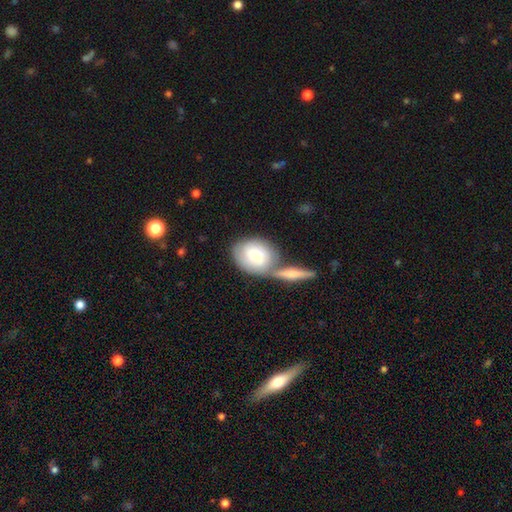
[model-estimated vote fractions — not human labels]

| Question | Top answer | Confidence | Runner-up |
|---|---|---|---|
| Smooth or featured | smooth | 69% | featured or disk (26%) |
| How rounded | in between | 57% | round (41%) |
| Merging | none | 43% | merger (38%) |